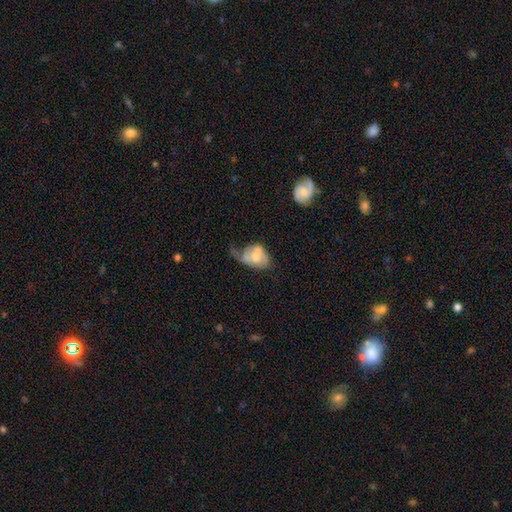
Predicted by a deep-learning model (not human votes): featured or disk 47%, smooth 45%, star or artifact 8%. Down the decision tree: merging — major disturbance (30%).